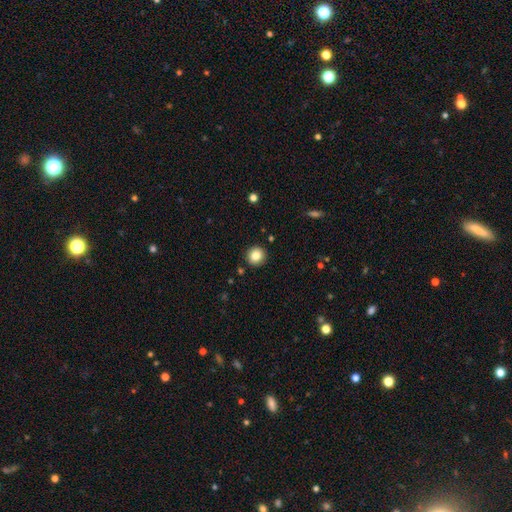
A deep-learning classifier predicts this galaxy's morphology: This is clearly a smooth galaxy (84%). How rounded: clearly round (91%). Merging: clearly none (91%).